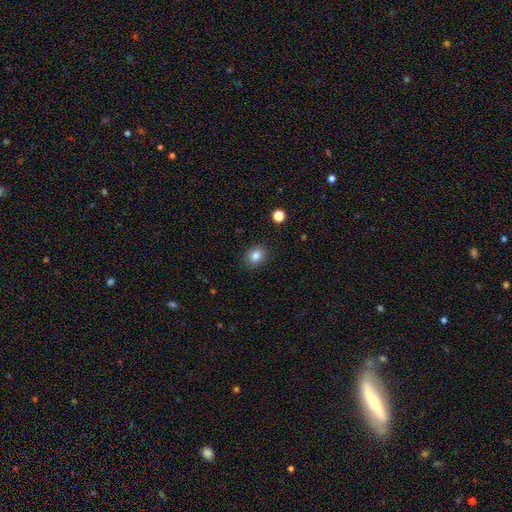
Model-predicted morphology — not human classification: The model was most divided on "how rounded": round: 54%, in between: 45%, cigar-shaped: 1%. More confident: merging — none (88%); smooth or featured — smooth (84%).